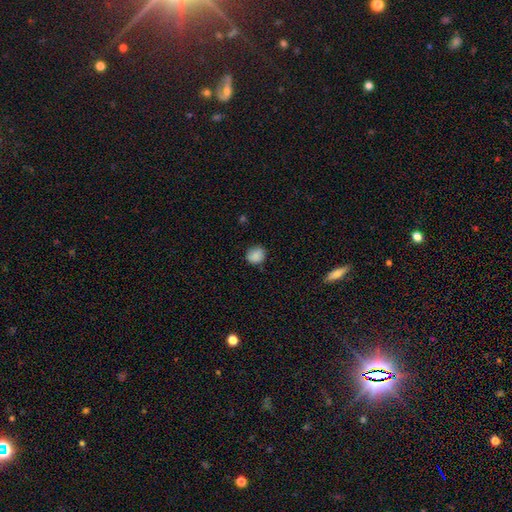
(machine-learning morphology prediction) smooth-or-featured: smooth: 86% | star or artifact: 9% | featured or disk: 5%
  how-rounded: round: 75% | in between: 24% | cigar-shaped: 1%
  merging: none: 79% | minor disturbance: 17% | major disturbance: 3% | merger: 1%